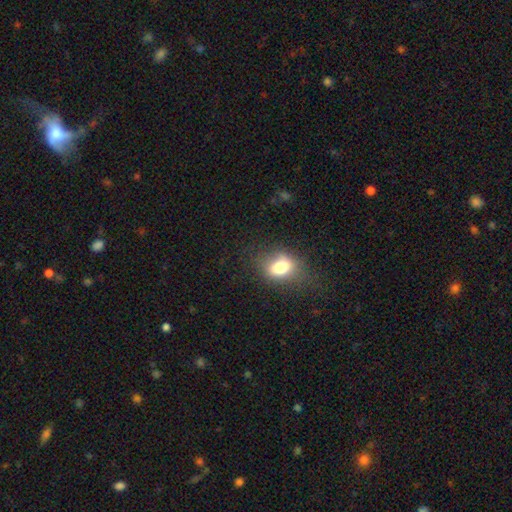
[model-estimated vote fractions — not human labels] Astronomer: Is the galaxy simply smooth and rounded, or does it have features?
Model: smooth — 68%.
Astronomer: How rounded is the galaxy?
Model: in between — 62%.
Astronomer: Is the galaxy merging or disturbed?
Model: none — 74%.